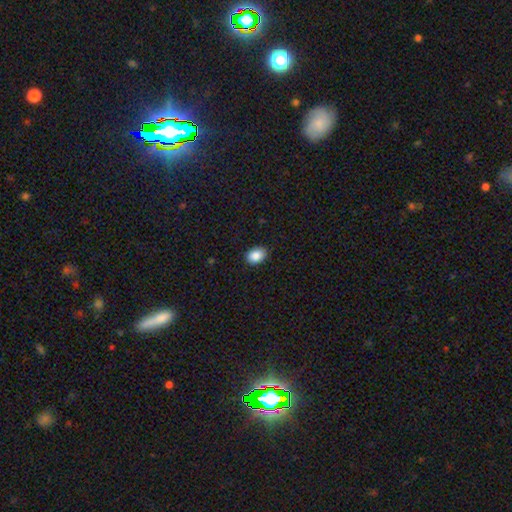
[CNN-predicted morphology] type=smooth (88%); roundness=in between (75%); merging=none (88%).